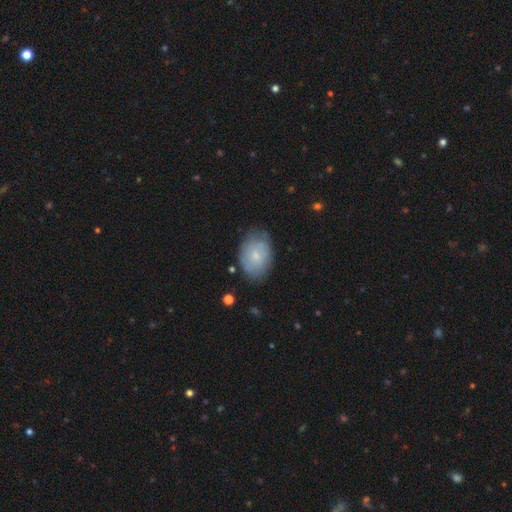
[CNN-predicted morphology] Smooth or featured: smooth — 60% (featured or disk — 33%)
How rounded: in between — 80% (round — 19%)
Merging: none — 72% (minor disturbance — 21%)